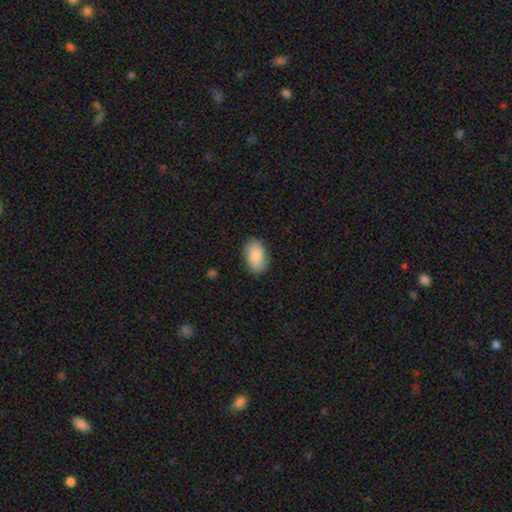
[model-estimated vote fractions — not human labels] This is clearly a smooth galaxy (86%). How rounded: clearly in between (93%). Merging: clearly none (84%).